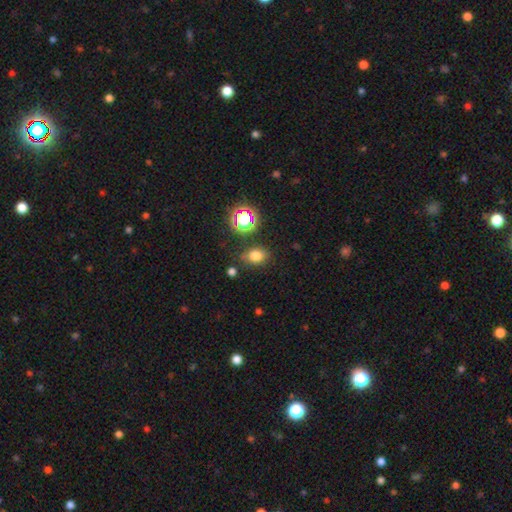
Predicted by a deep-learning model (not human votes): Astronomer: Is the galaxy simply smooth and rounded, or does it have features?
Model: smooth — 71%.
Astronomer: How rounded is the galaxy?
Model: in between — 62%.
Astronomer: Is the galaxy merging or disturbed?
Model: none — 74%.